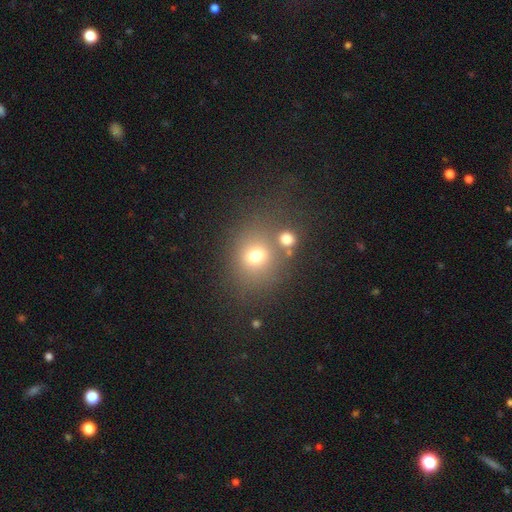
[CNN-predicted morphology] Smooth or featured: smooth — 68% (star or artifact — 19%)
How rounded: round — 70% (in between — 29%)
Merging: none — 59% (merger — 22%)